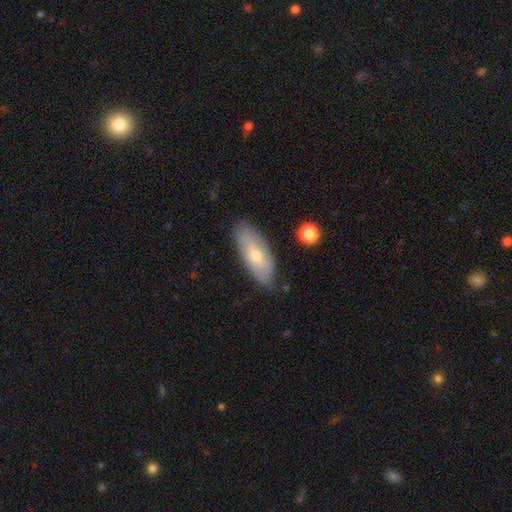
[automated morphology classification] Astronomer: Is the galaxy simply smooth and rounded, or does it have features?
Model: smooth — 55% (runner-up: featured or disk, 39%).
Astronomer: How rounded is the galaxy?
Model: in between — 77%.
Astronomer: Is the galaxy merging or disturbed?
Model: none — 79%.